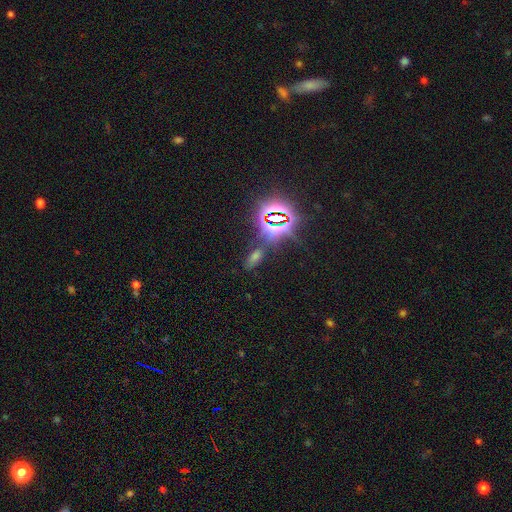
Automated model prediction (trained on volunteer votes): The model was most divided on "smooth or featured": star or artifact: 60%, smooth: 28%, featured or disk: 12%.